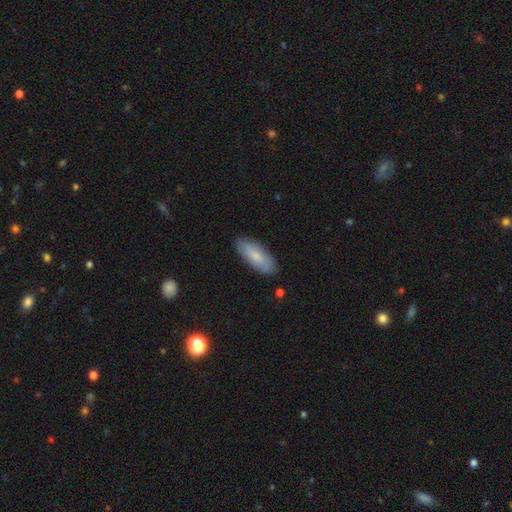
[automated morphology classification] This appears to be a smooth galaxy with no disk features (71%) that is in between round and cigar-shaped (73%). Merging: none (84%).